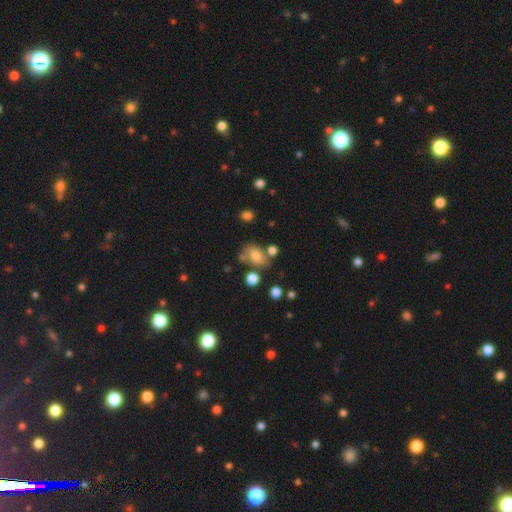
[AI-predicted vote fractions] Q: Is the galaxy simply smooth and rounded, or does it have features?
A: smooth — 73%.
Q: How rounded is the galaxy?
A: in between — 77%.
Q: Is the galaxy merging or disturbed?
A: none — 54%.